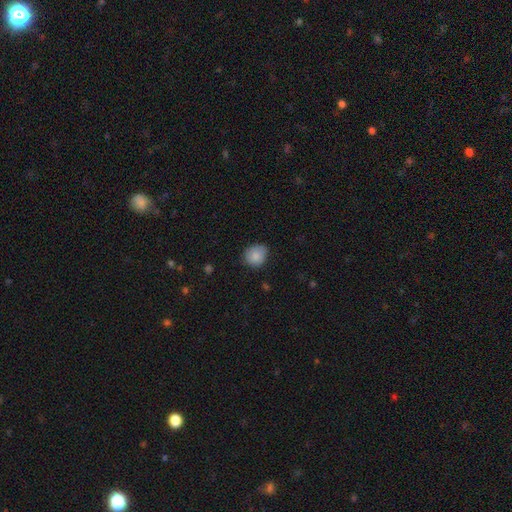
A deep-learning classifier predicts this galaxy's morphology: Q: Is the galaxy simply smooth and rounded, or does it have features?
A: smooth — 85%.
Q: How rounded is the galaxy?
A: round — 73%.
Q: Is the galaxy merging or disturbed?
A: none — 71%.